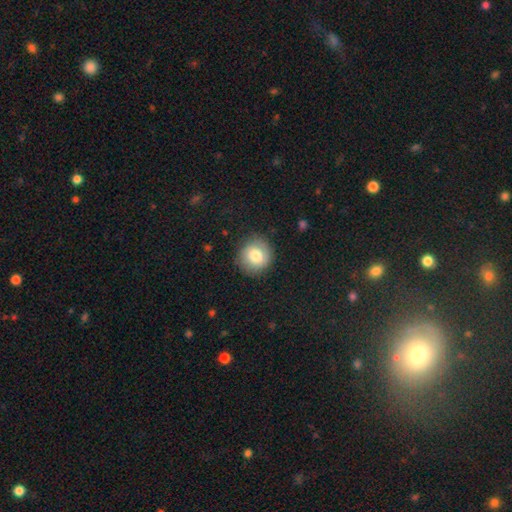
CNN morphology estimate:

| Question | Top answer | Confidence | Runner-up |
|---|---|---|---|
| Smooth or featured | smooth | 78% | featured or disk (14%) |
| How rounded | round | 90% | in between (9%) |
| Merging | none | 86% | minor disturbance (10%) |